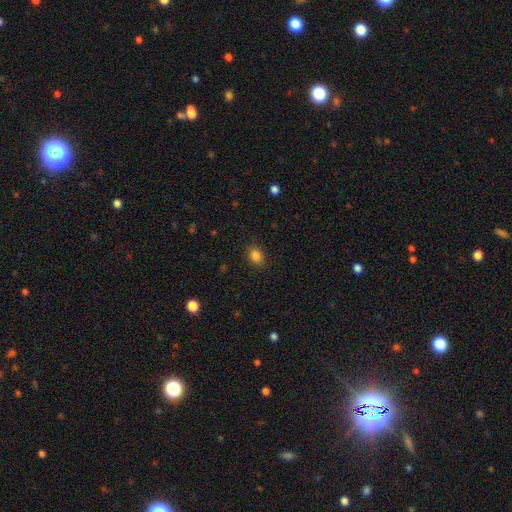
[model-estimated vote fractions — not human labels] Smooth or featured? Predicted: smooth (p=0.85). How rounded? Predicted: in between (p=0.54). Merging? Predicted: none (p=0.87).